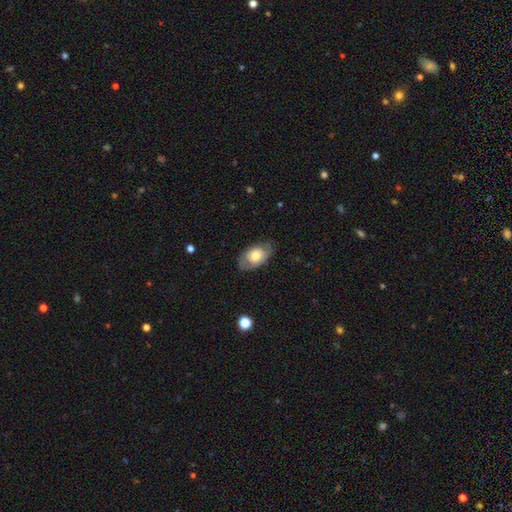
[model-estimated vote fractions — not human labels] Morphology: type=smooth (60%); roundness=in between (88%); merging=none (74%).